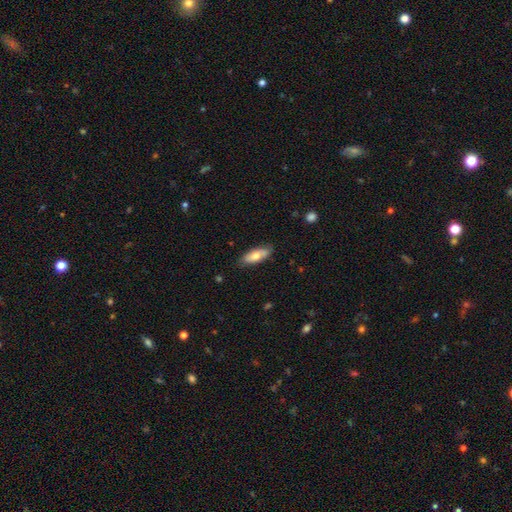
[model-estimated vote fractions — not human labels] smooth-or-featured: smooth: 66% | featured or disk: 28% | star or artifact: 6%
  how-rounded: in between: 77% | cigar-shaped: 21% | round: 2%
  merging: none: 82% | minor disturbance: 14% | major disturbance: 2% | merger: 1%